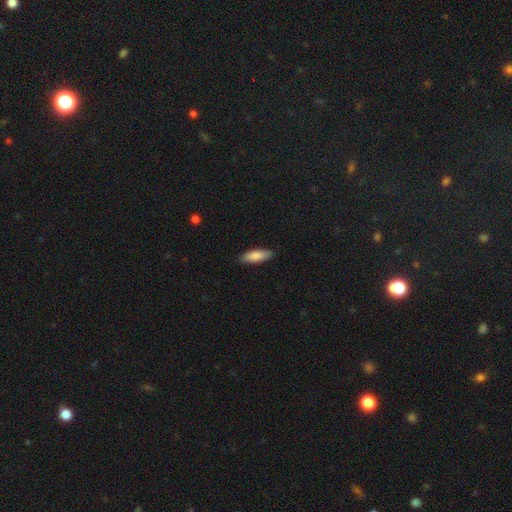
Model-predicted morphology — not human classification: Smooth or featured? smooth (85%)
How rounded? in between (59%)
Merging? none (88%)